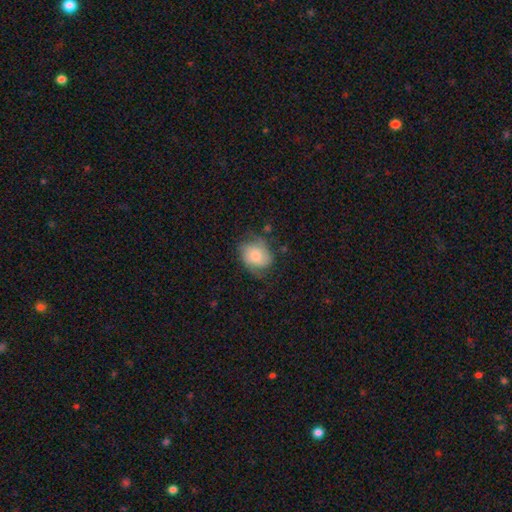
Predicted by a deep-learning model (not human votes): Smooth or featured?
  - featured or disk: 48% *
  - smooth: 44%
  - star or artifact: 8%
Merging?
  - none: 57% *
  - minor disturbance: 28%
  - major disturbance: 13%
  - merger: 2%